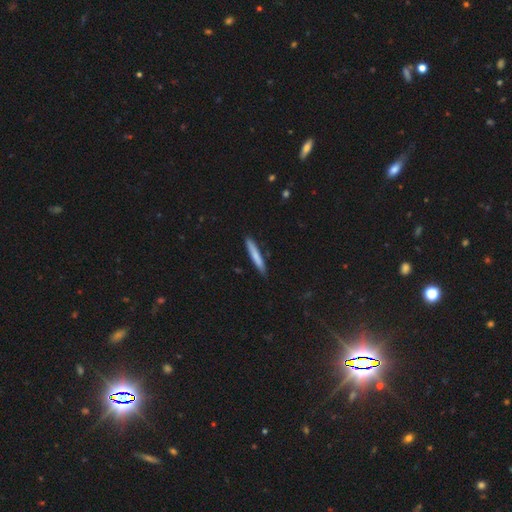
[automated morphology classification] smooth_or_featured: smooth (p=0.74) [alt: featured or disk p=0.20]
how_rounded: cigar-shaped (p=0.94) [alt: in between p=0.05]
merging: none (p=0.86) [alt: minor disturbance p=0.11]